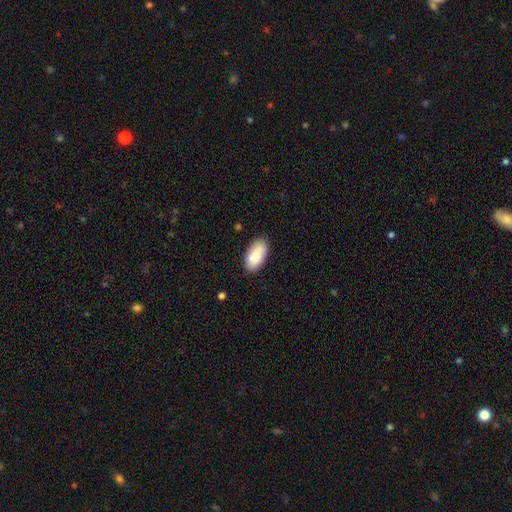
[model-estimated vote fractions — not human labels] smooth-or-featured: smooth: 77% | featured or disk: 17% | star or artifact: 6%
  how-rounded: in between: 93% | cigar-shaped: 4% | round: 3%
  merging: none: 83% | minor disturbance: 13% | major disturbance: 3% | merger: 2%